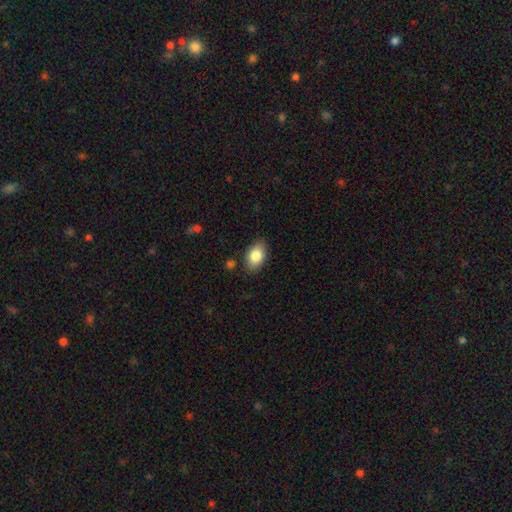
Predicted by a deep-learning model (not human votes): Morphology: type=smooth (84%); roundness=in between (89%); merging=none (83%).